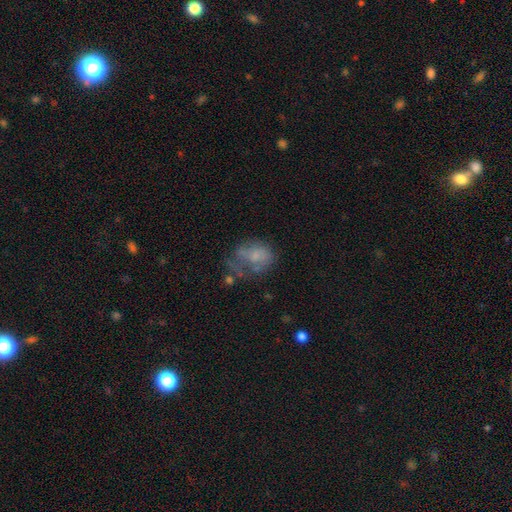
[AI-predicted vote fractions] smooth-or-featured: smooth: 54% | featured or disk: 33% | star or artifact: 12%
  how-rounded: in between: 59% | round: 40% | cigar-shaped: 1%
  merging: major disturbance: 34% | none: 31% | minor disturbance: 25% | merger: 10%